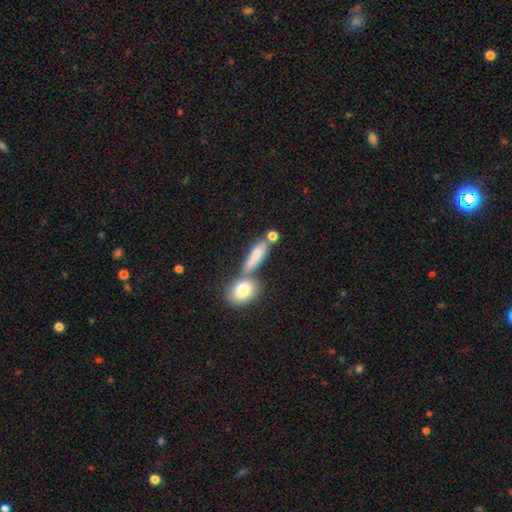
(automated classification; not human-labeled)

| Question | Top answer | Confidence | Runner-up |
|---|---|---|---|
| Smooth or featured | smooth | 71% | featured or disk (19%) |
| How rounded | in between | 50% | cigar-shaped (42%) |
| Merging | none | 46% | merger (37%) |